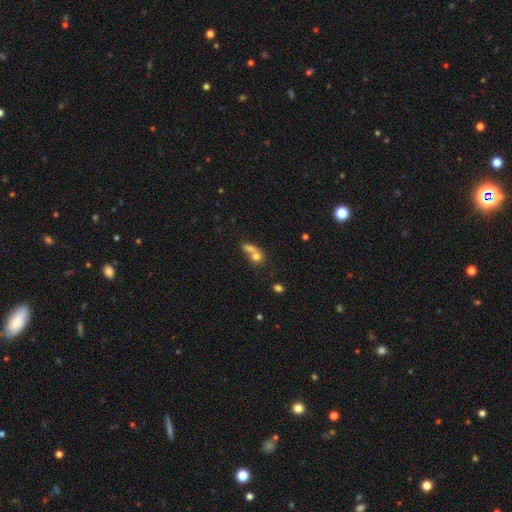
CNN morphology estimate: smooth_or_featured: smooth (p=0.72) [alt: featured or disk p=0.17]
how_rounded: round (p=0.54) [alt: in between p=0.40]
merging: merger (p=0.59) [alt: none p=0.26]